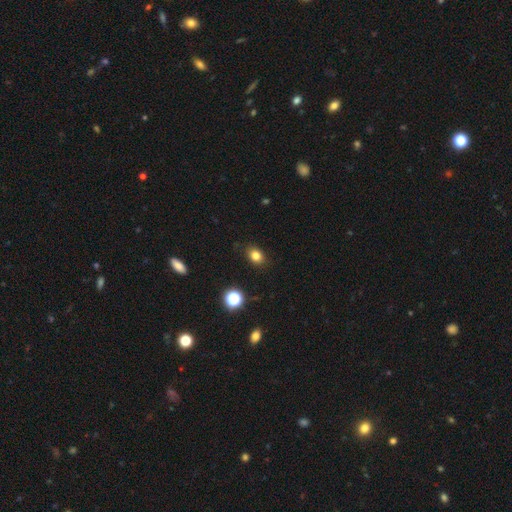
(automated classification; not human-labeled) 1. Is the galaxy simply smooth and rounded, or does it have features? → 81% smooth, 13% star or artifact, 6% featured or disk.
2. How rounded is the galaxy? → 59% in between, 40% round, 1% cigar-shaped.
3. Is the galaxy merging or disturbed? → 86% none, 10% minor disturbance, 2% major disturbance, 1% merger.